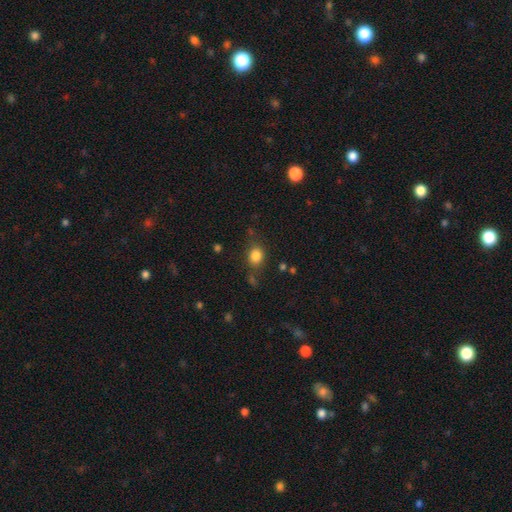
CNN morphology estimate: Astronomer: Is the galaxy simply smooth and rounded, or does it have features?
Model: smooth — 83%.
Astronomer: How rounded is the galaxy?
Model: round — 51% (runner-up: in between, 48%).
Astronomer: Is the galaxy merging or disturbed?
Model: none — 73%.